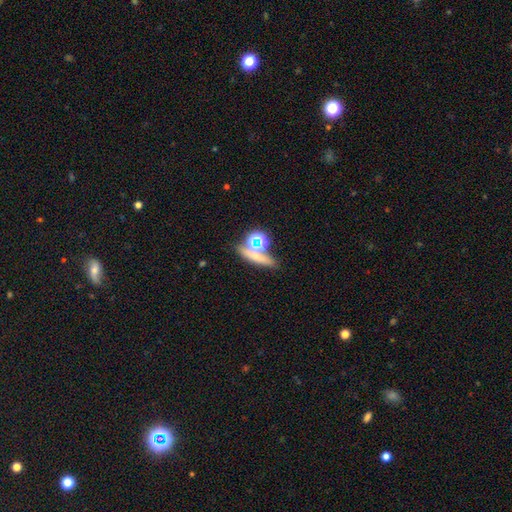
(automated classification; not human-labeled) This is possibly a smooth galaxy (52%). How rounded: possibly cigar-shaped (46%). Merging: likely none (61%).